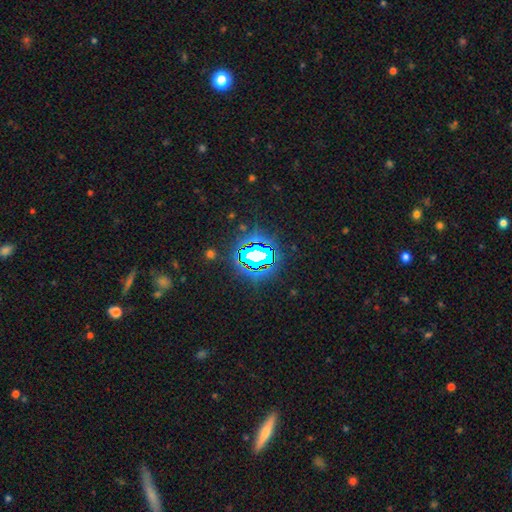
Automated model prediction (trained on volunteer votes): This is likely a star or artifact rather than a galaxy (71%).